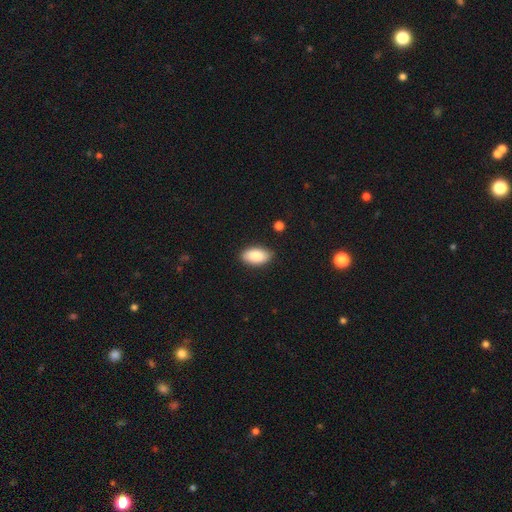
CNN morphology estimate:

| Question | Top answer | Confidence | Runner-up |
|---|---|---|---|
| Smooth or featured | smooth | 88% | star or artifact (6%) |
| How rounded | in between | 94% | round (3%) |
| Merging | none | 86% | minor disturbance (11%) |